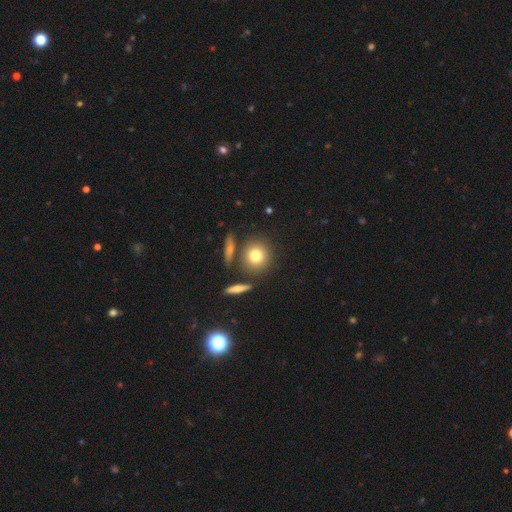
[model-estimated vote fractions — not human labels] Smooth or featured?
  - smooth: 77% *
  - featured or disk: 13%
  - star or artifact: 10%
How rounded?
  - round: 84% *
  - in between: 14%
  - cigar-shaped: 2%
Merging?
  - none: 78% *
  - merger: 10%
  - minor disturbance: 9%
  - major disturbance: 3%